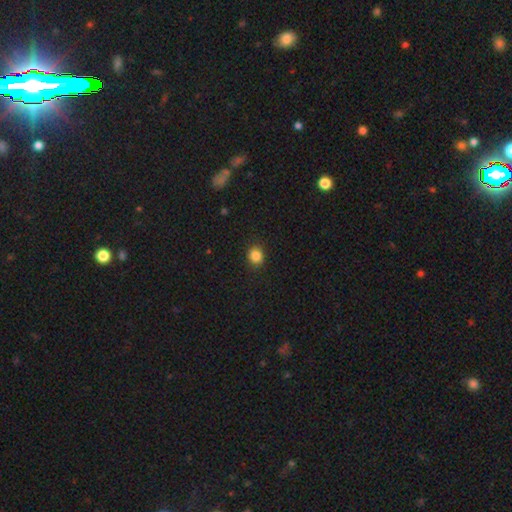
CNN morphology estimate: This appears to be a smooth galaxy with no disk features (86%) that is round (77%). Merging: none (90%).